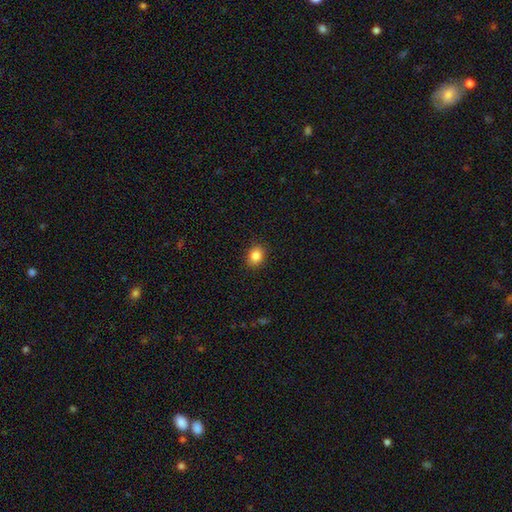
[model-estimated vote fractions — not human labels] This appears to be a smooth galaxy with no disk features (85%) that is round (50%). Merging: none (89%).